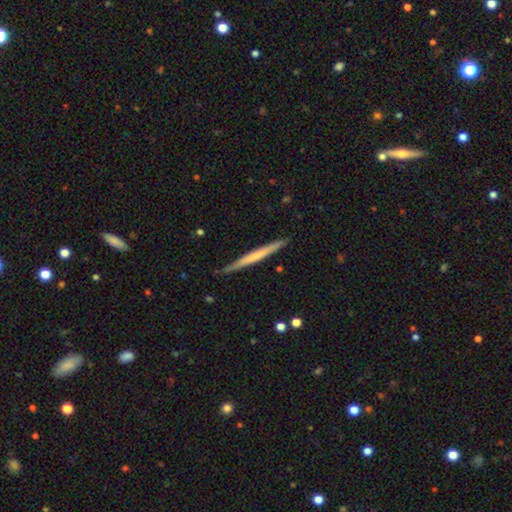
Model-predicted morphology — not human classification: smooth_or_featured: smooth (p=0.51) [alt: featured or disk p=0.44]
how_rounded: cigar-shaped (p=0.97) [alt: in between p=0.02]
merging: none (p=0.87) [alt: minor disturbance p=0.10]